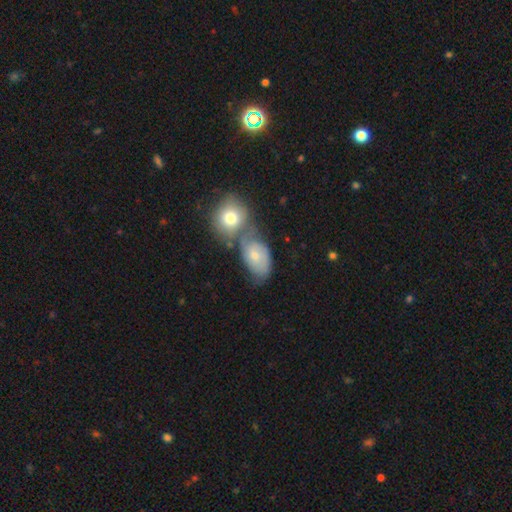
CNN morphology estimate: Smooth or featured? smooth (52%)
How rounded? in between (80%)
Merging? merger (45%)